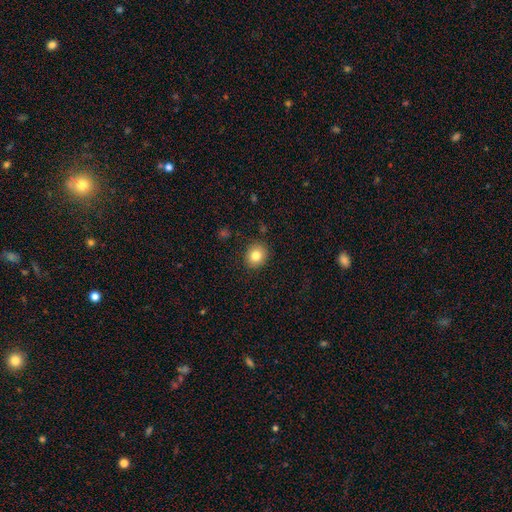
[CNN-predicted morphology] Smooth or featured?
  - smooth: 82% *
  - star or artifact: 10%
  - featured or disk: 8%
How rounded?
  - round: 76% *
  - in between: 23%
  - cigar-shaped: 1%
Merging?
  - none: 89% *
  - minor disturbance: 8%
  - major disturbance: 2%
  - merger: 1%